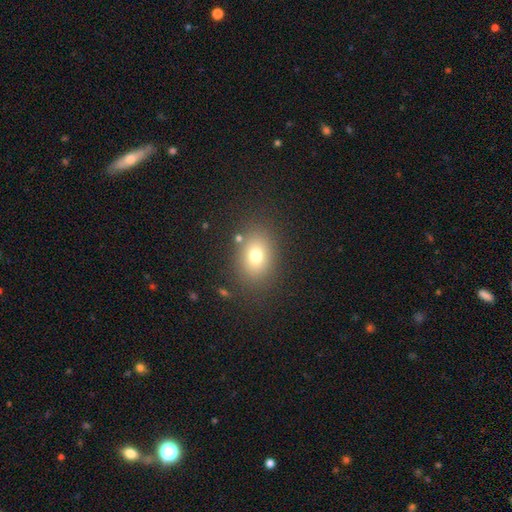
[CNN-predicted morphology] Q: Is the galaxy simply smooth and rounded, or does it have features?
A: smooth — 75%.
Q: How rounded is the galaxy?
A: in between — 64%.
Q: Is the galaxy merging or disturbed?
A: none — 83%.